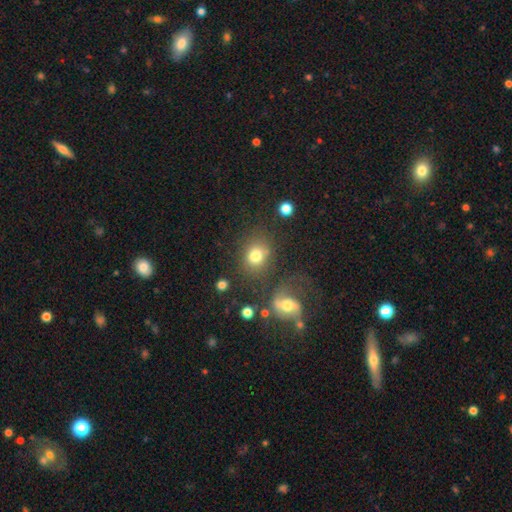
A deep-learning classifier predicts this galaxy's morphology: smooth-or-featured: smooth: 75% | featured or disk: 13% | star or artifact: 11%
  how-rounded: round: 61% | in between: 38% | cigar-shaped: 1%
  merging: none: 62% | minor disturbance: 15% | merger: 13% | major disturbance: 9%